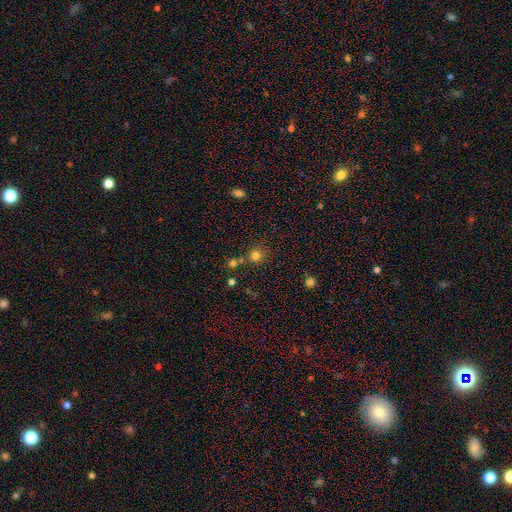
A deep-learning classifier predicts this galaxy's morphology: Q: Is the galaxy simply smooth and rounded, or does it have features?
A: smooth — 76%.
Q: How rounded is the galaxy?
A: round — 89%.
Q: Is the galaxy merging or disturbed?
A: none — 69%.